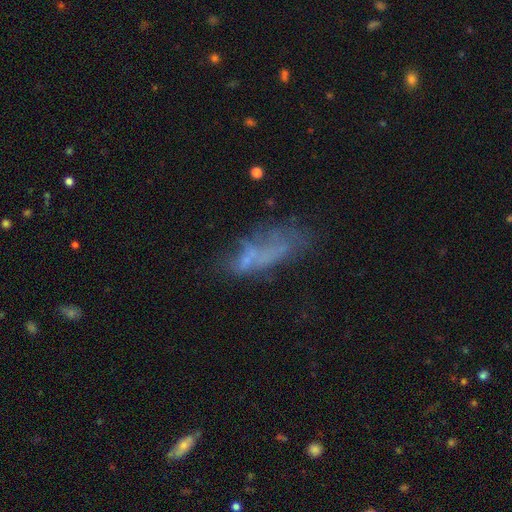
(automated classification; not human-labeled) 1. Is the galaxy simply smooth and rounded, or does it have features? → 41% featured or disk (tied), 41% smooth (tied), 17% star or artifact.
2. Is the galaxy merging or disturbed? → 42% none, 26% major disturbance, 23% minor disturbance, 10% merger.